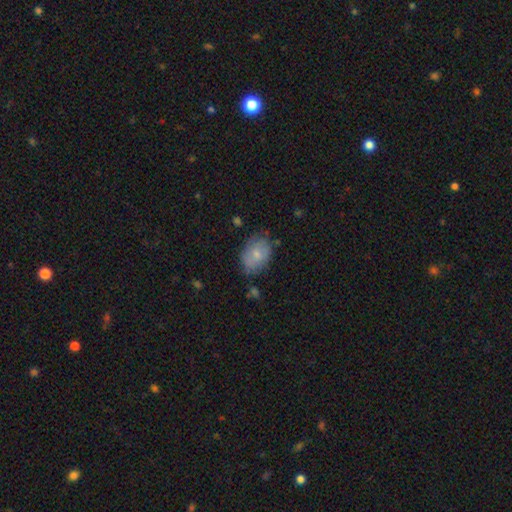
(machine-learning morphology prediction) This appears to be a smooth galaxy with no disk features (71%) that is in between round and cigar-shaped (75%). Merging: none (63%).